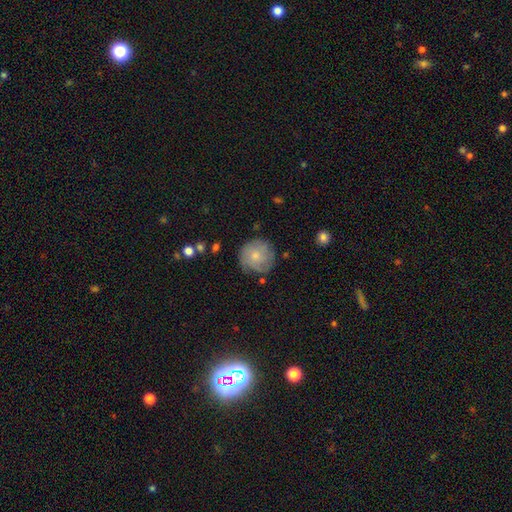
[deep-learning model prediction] Smooth or featured? smooth (61%)
How rounded? round (93%)
Merging? none (72%)